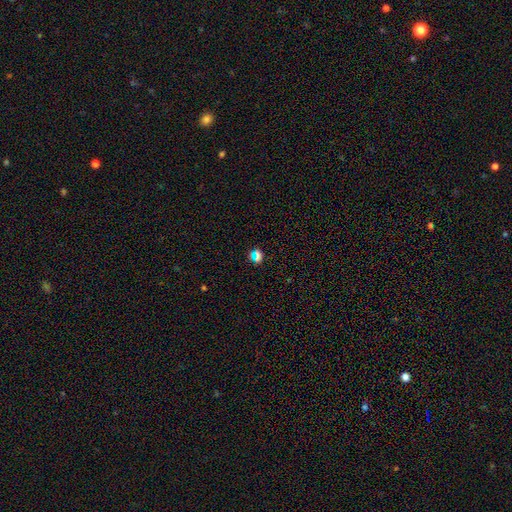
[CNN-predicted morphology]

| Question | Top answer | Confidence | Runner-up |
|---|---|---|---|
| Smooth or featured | smooth | 53% | star or artifact (39%) |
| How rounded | round | 70% | in between (25%) |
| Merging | none | 77% | minor disturbance (11%) |